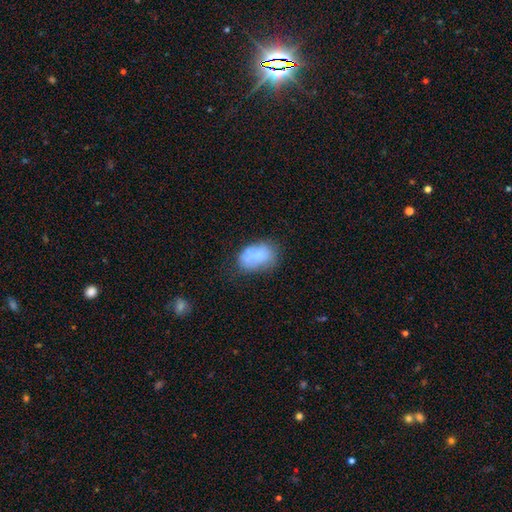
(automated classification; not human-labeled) A smooth galaxy with no disk features (71%) that is in between round and cigar-shaped (86%). Merging: none (54%).